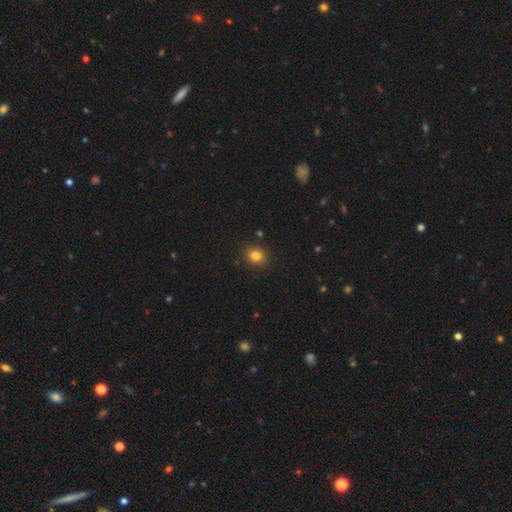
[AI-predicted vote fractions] smooth-or-featured: smooth: 82% | star or artifact: 12% | featured or disk: 6%
  how-rounded: round: 79% | in between: 20% | cigar-shaped: 1%
  merging: none: 89% | minor disturbance: 7% | major disturbance: 2% | merger: 2%